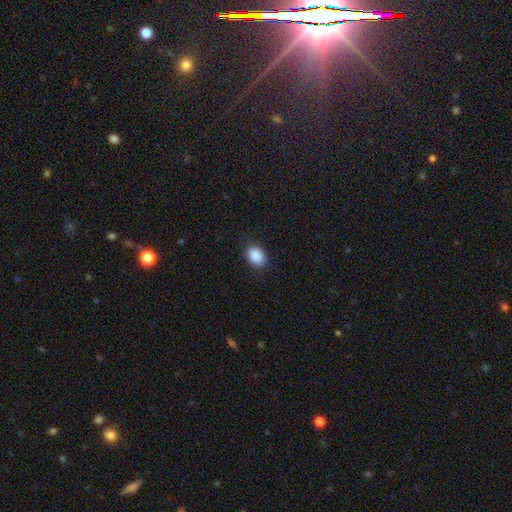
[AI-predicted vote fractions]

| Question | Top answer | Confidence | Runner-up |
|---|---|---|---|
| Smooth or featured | smooth | 90% | star or artifact (8%) |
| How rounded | in between | 65% | round (34%) |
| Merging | none | 87% | minor disturbance (10%) |